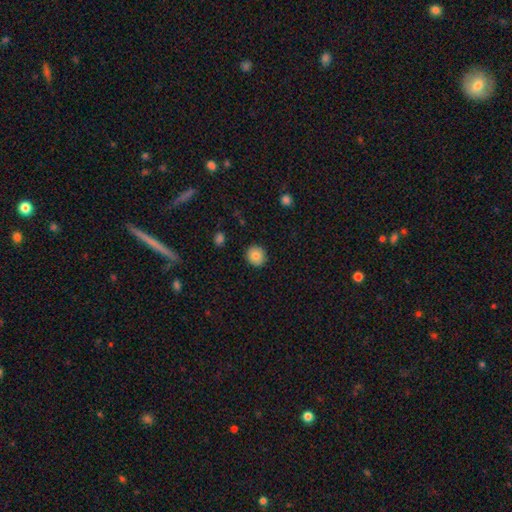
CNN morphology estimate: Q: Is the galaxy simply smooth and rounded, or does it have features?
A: smooth — 85%.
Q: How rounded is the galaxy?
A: round — 87%.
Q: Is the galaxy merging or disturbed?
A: none — 90%.